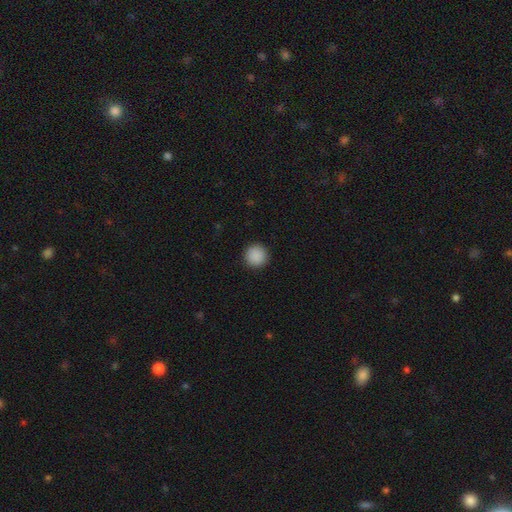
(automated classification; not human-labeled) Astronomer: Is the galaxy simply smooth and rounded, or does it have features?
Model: smooth — 90%.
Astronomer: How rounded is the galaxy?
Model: round — 95%.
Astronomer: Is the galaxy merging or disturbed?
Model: none — 93%.